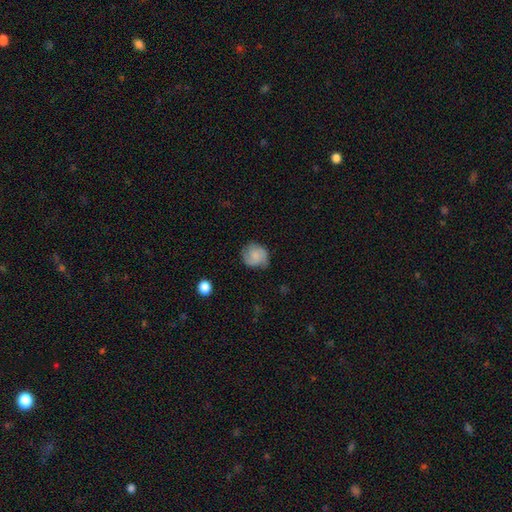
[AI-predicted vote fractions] Smooth or featured? smooth (47%)
Merging? none (70%)